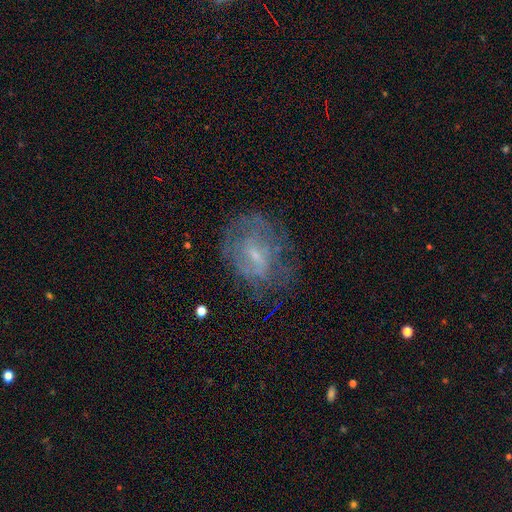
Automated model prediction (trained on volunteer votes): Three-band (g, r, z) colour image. It shows a featured or disk galaxy (62%) with a weak bar (49%), spiral arms (52%) and a small central bulge (67%). Merging: none (55%).